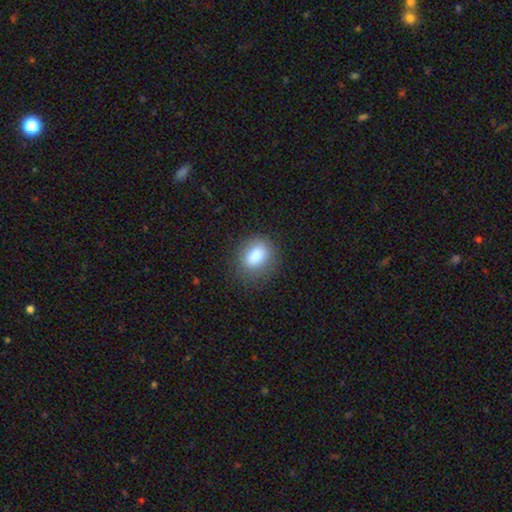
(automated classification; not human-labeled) Smooth or featured? smooth (85%)
How rounded? in between (61%)
Merging? none (80%)